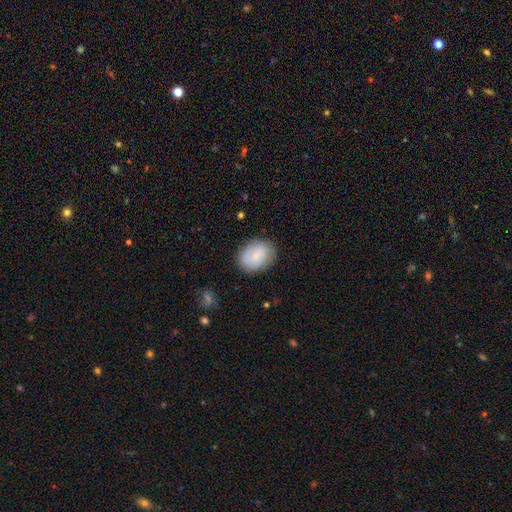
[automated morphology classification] The model was most divided on "how rounded": in between: 57%, round: 42%, cigar-shaped: 1%. More confident: merging — none (81%); smooth or featured — smooth (67%).